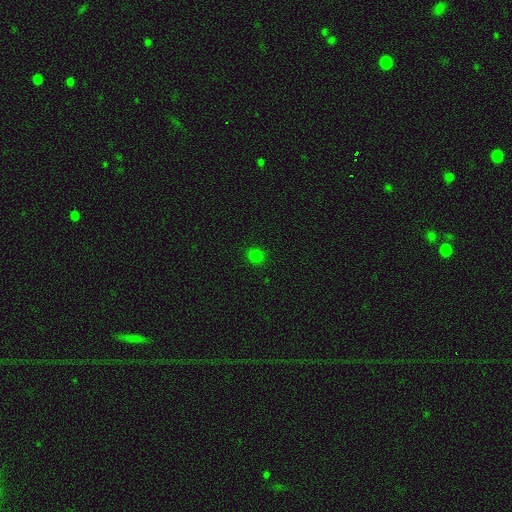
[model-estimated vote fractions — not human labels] Morphology: type=smooth (80%); roundness=round (89%); merging=none (92%).